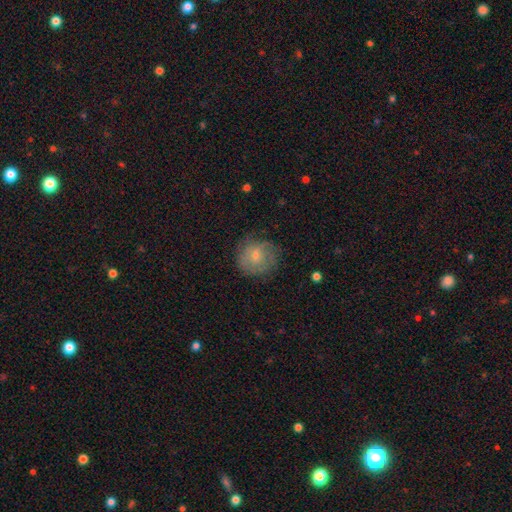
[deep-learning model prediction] Morphology: type=smooth (45%); merging=none (73%).